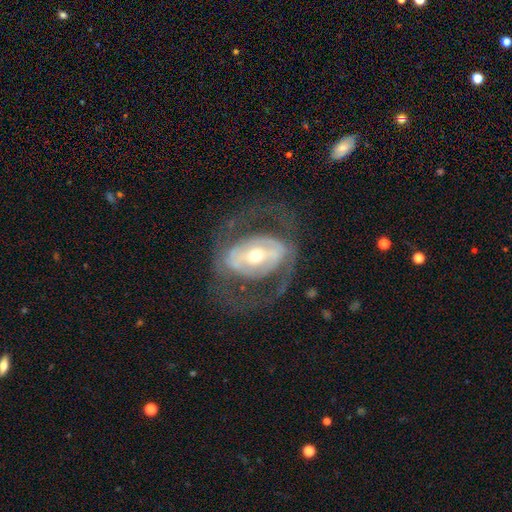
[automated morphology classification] smooth_or_featured: featured or disk (p=0.82) [alt: smooth p=0.12]
disk_edge_on: no (p=0.94) [alt: yes p=0.06]
bar: strong (p=0.47) [alt: weak p=0.30]
has_spiral_arms: yes (p=0.68) [alt: no p=0.32]
spiral_winding: medium (p=0.47) [alt: tight p=0.30]
spiral_arm_count: 2 (p=0.79) [alt: can't tell p=0.13]
bulge_size: moderate (p=0.56) [alt: small p=0.36]
merging: none (p=0.64) [alt: major disturbance p=0.22]